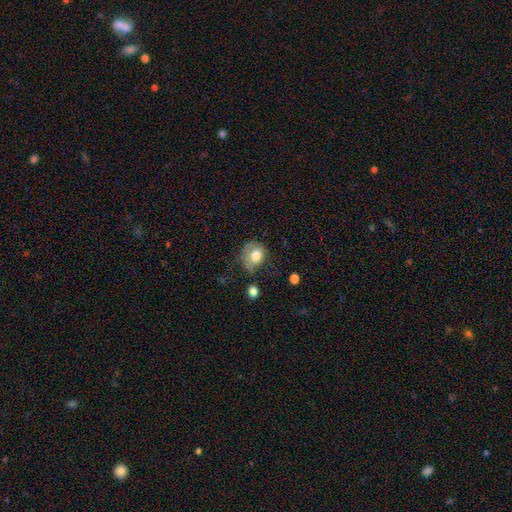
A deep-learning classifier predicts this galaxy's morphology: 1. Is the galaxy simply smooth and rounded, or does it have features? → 73% smooth, 19% featured or disk, 9% star or artifact.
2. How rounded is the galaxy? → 59% round, 40% in between, 1% cigar-shaped.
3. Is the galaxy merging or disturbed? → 34% minor disturbance, 33% none, 28% major disturbance, 5% merger.